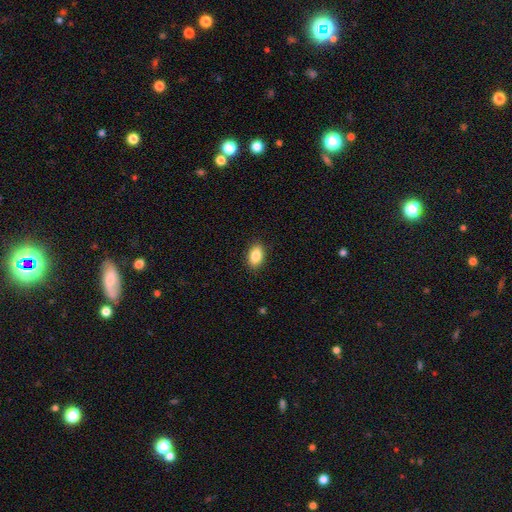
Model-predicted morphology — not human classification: Smooth or featured?
  - smooth: 86% *
  - star or artifact: 8%
  - featured or disk: 6%
How rounded?
  - in between: 88% *
  - round: 10%
  - cigar-shaped: 2%
Merging?
  - none: 89% *
  - minor disturbance: 8%
  - major disturbance: 2%
  - merger: 1%